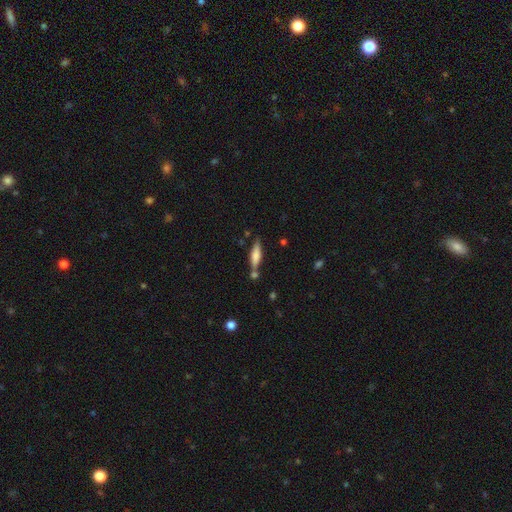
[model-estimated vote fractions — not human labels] Smooth or featured? smooth (63%)
How rounded? cigar-shaped (67%)
Merging? none (65%)